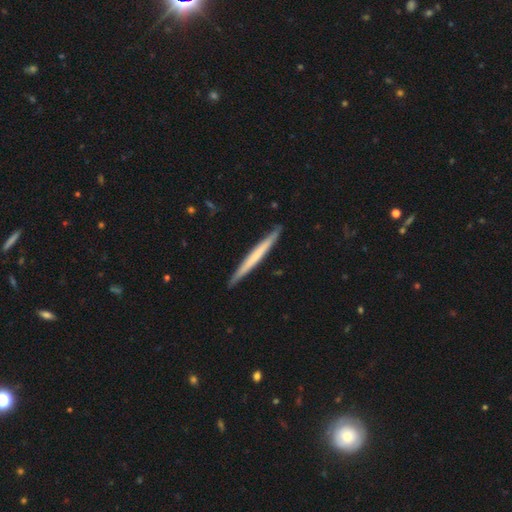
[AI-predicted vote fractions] This appears to be a smooth galaxy with no disk features (52%) that is cigar-shaped (97%). Merging: none (91%).